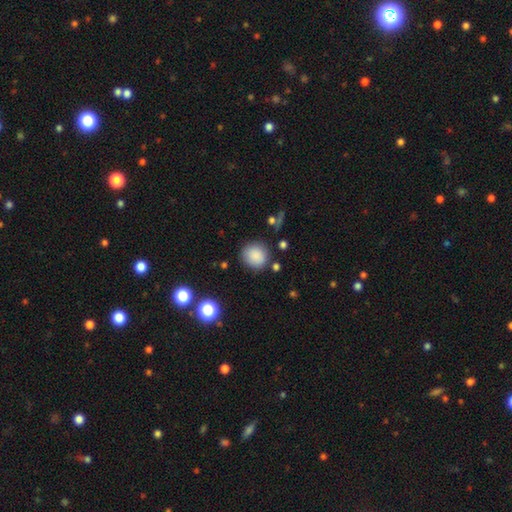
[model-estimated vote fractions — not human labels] smooth_or_featured: smooth (p=0.85) [alt: star or artifact p=0.09]
how_rounded: round (p=0.87) [alt: in between p=0.12]
merging: none (p=0.82) [alt: minor disturbance p=0.12]